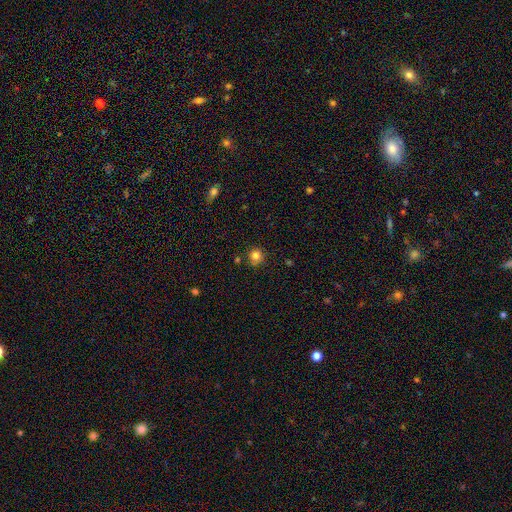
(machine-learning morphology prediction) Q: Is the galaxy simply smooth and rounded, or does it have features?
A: smooth — 82%.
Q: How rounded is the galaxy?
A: round — 92%.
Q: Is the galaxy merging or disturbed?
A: none — 80%.